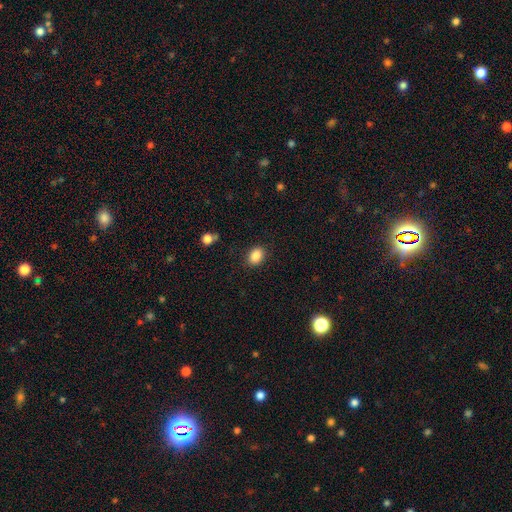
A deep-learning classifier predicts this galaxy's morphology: Smooth or featured? smooth (88%)
How rounded? in between (73%)
Merging? none (85%)